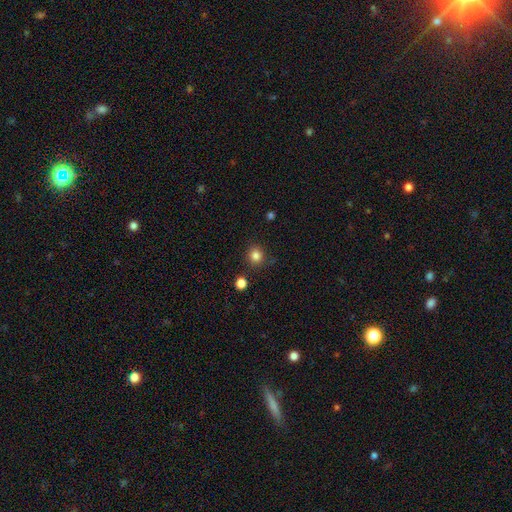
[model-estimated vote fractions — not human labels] Overall: smooth (83%). How rounded: round (91%). Merging: none (86%).